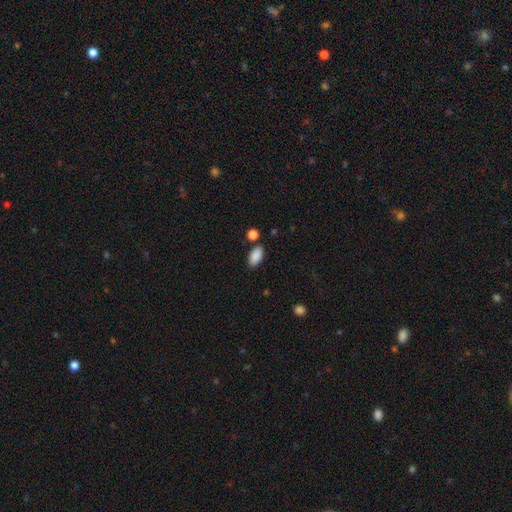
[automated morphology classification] Q: Smooth or featured?
A: smooth (89%); runner-up: star or artifact (7%)
Q: How rounded?
A: in between (93%); runner-up: round (4%)
Q: Merging?
A: none (81%); runner-up: minor disturbance (11%)